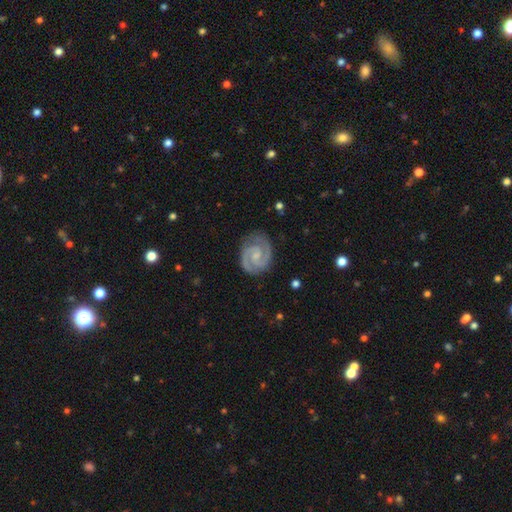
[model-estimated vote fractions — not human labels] Smooth or featured: featured or disk — 92% (smooth — 4%)
Edge-on disk: no — 98% (yes — 2%)
Bar: no — 46% (weak — 45%)
Spiral arms: yes — 99% (no — 1%)
Spiral winding: tight — 52% (medium — 43%)
Spiral arm count: 2 — 93% (3 — 2%)
Bulge size: small — 53% (moderate — 25%)
Merging: none — 82% (minor disturbance — 13%)